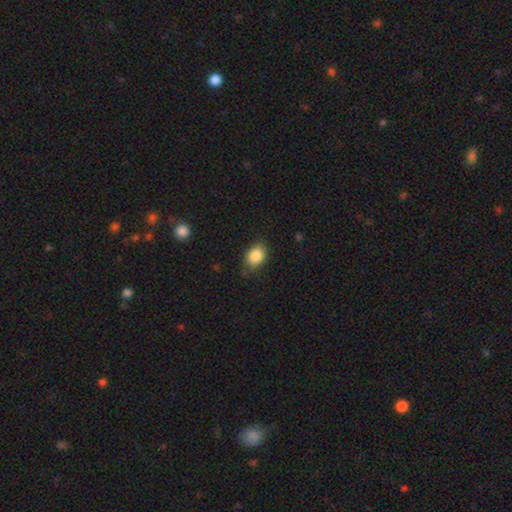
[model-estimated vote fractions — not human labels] Overall: smooth (86%). How rounded: in between (71%). Merging: none (77%).